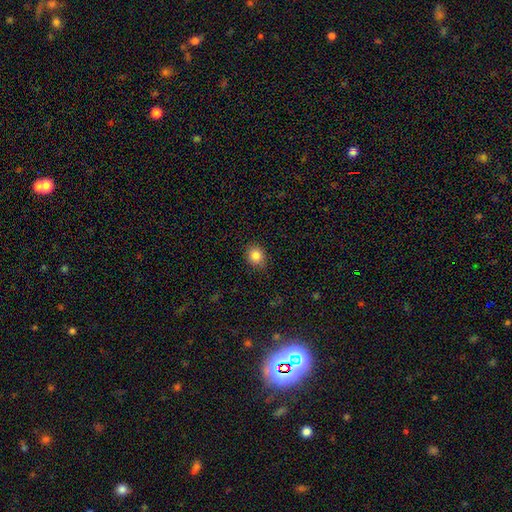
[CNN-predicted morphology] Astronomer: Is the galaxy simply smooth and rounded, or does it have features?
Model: smooth — 85%.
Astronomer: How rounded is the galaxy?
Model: round — 72%.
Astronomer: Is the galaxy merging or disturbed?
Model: none — 86%.